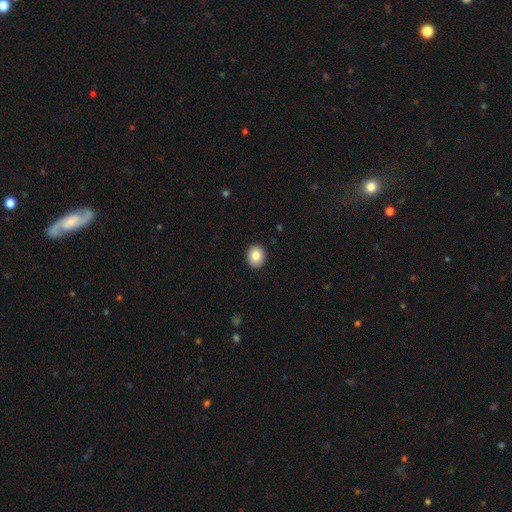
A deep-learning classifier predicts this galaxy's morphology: A smooth galaxy with no disk features (83%) that is round (62%).

Vote fractions:
- Smooth or featured? smooth: 83% / featured or disk: 9% / star or artifact: 8%
- How rounded? round: 62% / in between: 37% / cigar-shaped: 1%
- Merging? none: 91% / minor disturbance: 6% / major disturbance: 2% / merger: 1%